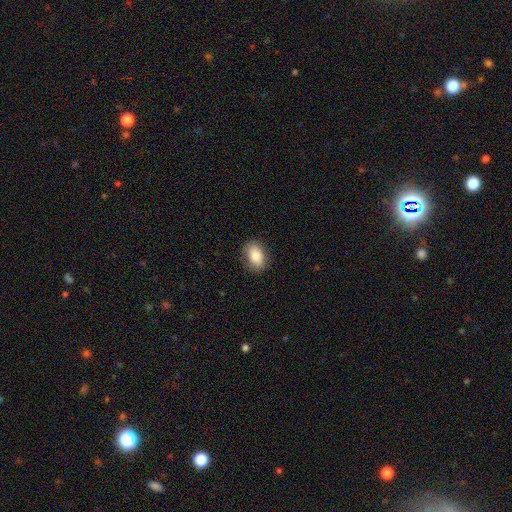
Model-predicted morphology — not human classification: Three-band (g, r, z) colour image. It shows a smooth galaxy with no disk features (81%) that is in between round and cigar-shaped (80%). Merging: none (85%).